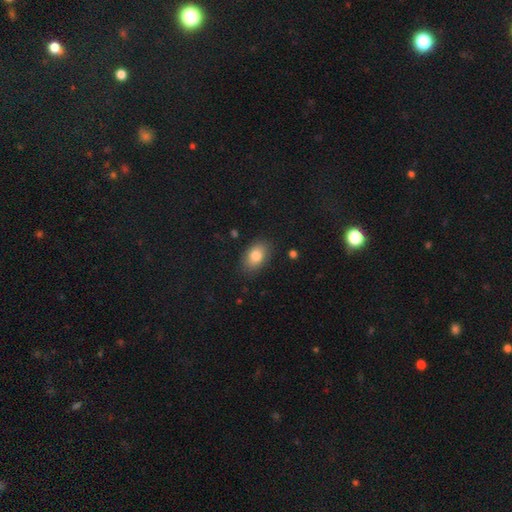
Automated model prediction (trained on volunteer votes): This appears to be a smooth galaxy with no disk features (82%) that is in between round and cigar-shaped (87%). Merging: none (85%).